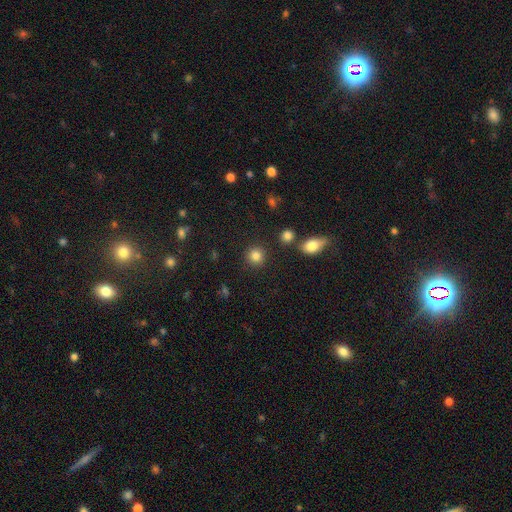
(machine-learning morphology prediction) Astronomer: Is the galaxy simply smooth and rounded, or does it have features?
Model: smooth — 84%.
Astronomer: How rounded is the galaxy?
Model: round — 92%.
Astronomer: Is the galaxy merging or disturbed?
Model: none — 88%.